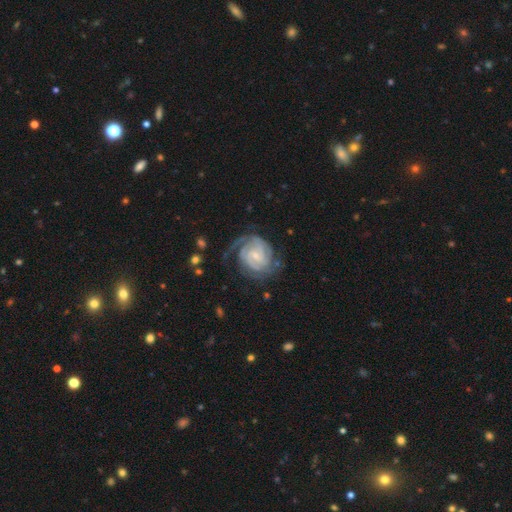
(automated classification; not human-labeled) This is clearly a featured or disk galaxy (89%). It is clearly not viewed edge-on (98%). Bar: possibly no (52%). Spiral arm pattern: clearly yes (98%). Spiral arm count: marginally 2 (27%, tied with 3). Spiral winding: likely tight (72%). Central bulge: likely small (72%). Merging: likely none (67%).